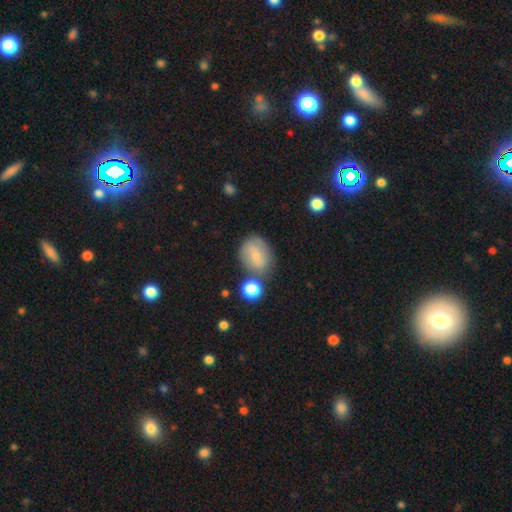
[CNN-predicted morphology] Smooth or featured: smooth — 62% (featured or disk — 29%)
How rounded: in between — 50% (round — 48%)
Merging: none — 58% (minor disturbance — 21%)